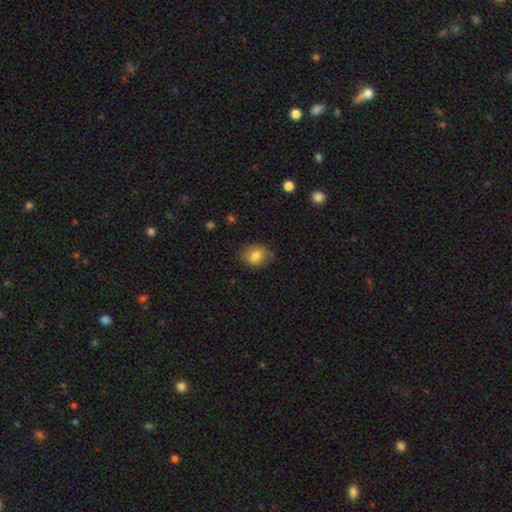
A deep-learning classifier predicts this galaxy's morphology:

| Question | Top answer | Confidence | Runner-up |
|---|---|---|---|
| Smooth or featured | smooth | 77% | featured or disk (15%) |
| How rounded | in between | 59% | round (39%) |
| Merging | none | 75% | minor disturbance (19%) |